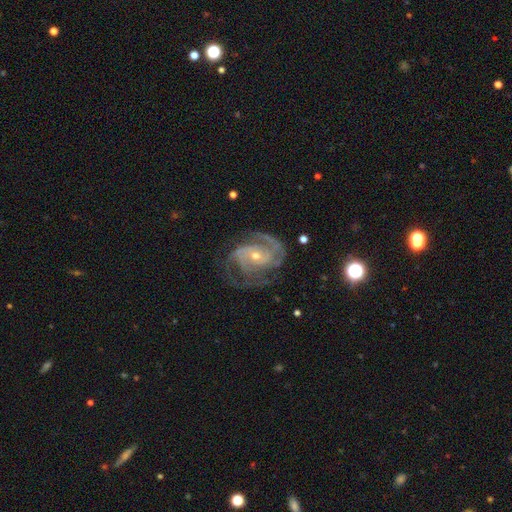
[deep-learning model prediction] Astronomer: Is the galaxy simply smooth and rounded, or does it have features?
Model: featured or disk — 90%.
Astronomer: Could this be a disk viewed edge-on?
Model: no — 98%.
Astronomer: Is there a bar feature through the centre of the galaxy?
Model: no — 55% (runner-up: weak, 33%).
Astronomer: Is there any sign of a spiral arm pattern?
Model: yes — 97%.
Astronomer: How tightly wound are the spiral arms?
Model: medium — 45%, tied with tight at 45%.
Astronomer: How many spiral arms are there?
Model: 2 — 55%.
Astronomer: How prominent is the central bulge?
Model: small — 64%.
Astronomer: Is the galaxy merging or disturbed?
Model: none — 66%.